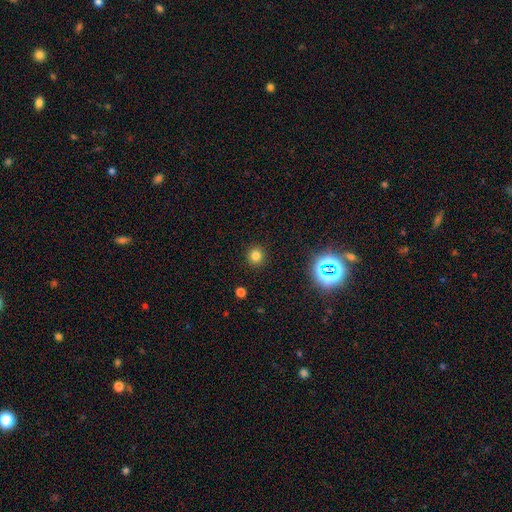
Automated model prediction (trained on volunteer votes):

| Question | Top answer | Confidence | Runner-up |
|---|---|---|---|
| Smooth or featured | smooth | 78% | star or artifact (18%) |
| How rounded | round | 94% | in between (5%) |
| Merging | none | 92% | minor disturbance (5%) |